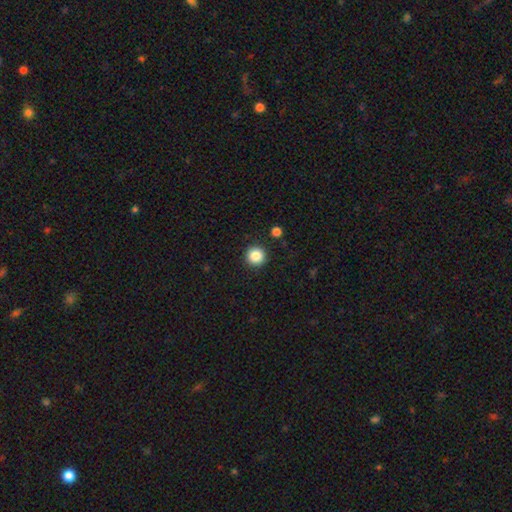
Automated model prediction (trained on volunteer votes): Smooth or featured? Predicted: smooth (p=0.86). How rounded? Predicted: round (p=0.95). Merging? Predicted: none (p=0.92).